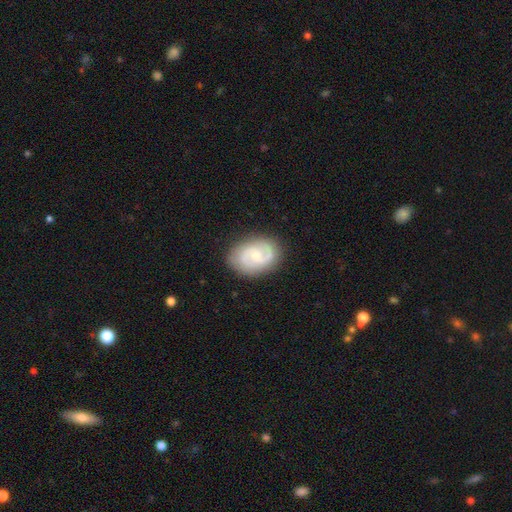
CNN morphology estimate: type=featured or disk (80%); edge-on=no (97%); bar=no (55%); spiral arms=yes (94%); winding=medium (48%); arm count=2 (84%); bulge=small (48%, tied with moderate); merging=none (83%).